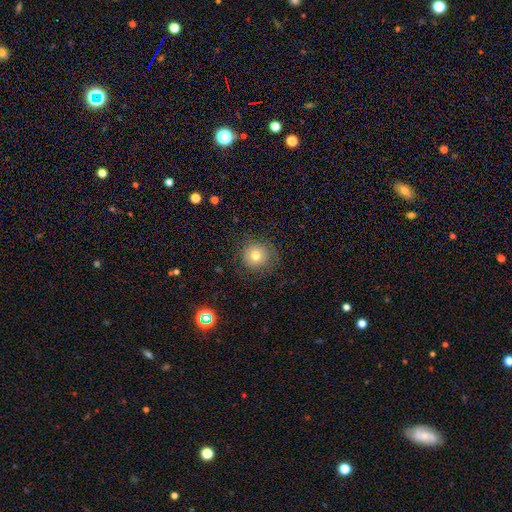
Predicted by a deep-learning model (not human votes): Smooth or featured? smooth (77%)
How rounded? round (92%)
Merging? none (85%)